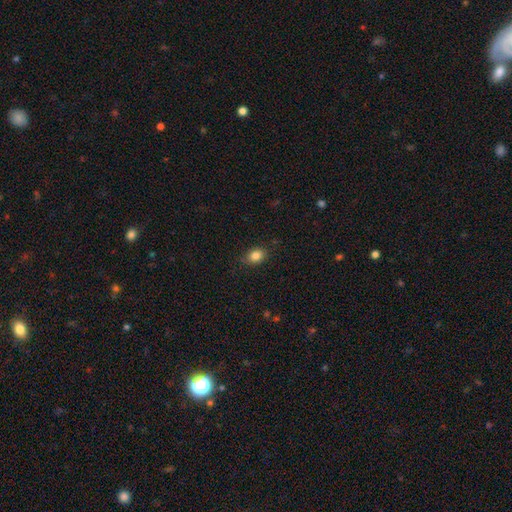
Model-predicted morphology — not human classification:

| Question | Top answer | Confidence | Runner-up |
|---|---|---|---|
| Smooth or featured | smooth | 85% | star or artifact (10%) |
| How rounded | in between | 64% | round (35%) |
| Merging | none | 84% | minor disturbance (12%) |